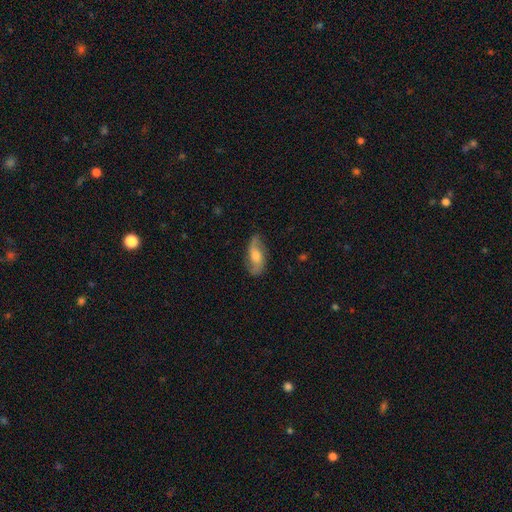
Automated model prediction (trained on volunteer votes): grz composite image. It shows a featured or disk galaxy (62%) with no bar (56%), spiral arms (90%) and a moderate central bulge (55%). Merging: none (75%).